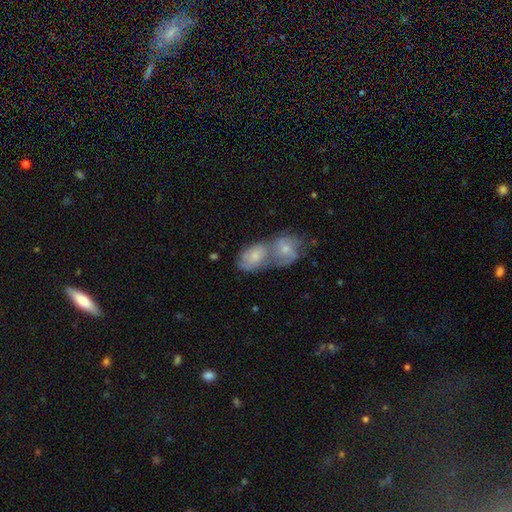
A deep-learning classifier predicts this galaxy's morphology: smooth 50%, featured or disk 40%, star or artifact 9%. Down the decision tree: how rounded — in between (79%); merging — merger (72%).